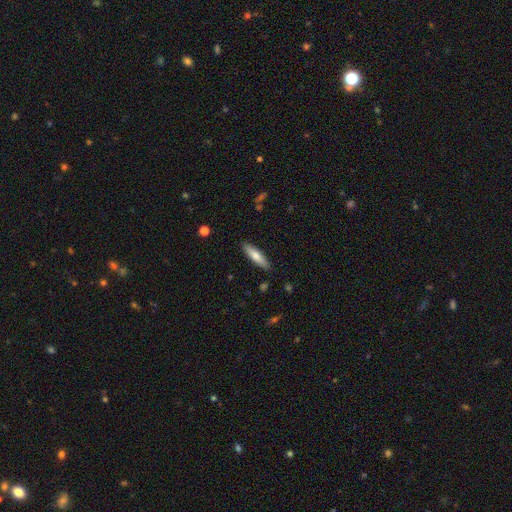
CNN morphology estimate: A smooth galaxy with no disk features (69%) that is cigar-shaped (73%). Merging: none (89%).